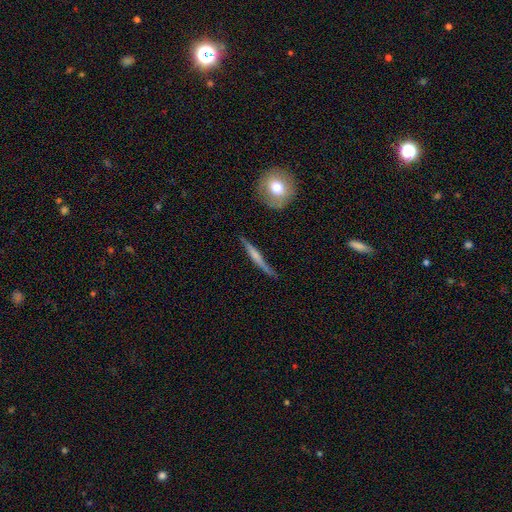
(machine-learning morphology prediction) A featured or disk galaxy (60%) viewed edge-on (93%) with a rounded central bulge (43%). Merging: none (77%).